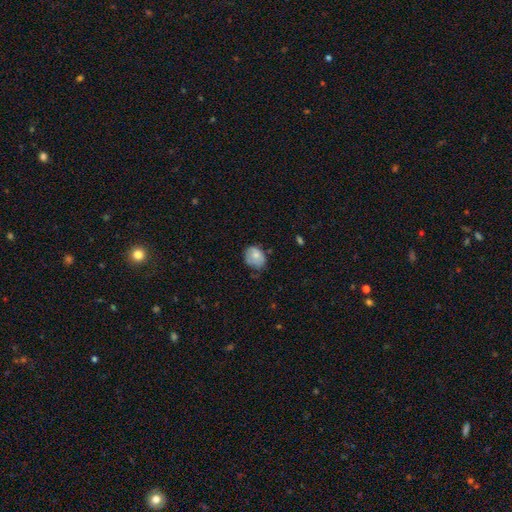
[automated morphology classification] Smooth or featured: smooth — 72% (featured or disk — 21%)
How rounded: in between — 53% (round — 46%)
Merging: none — 52% (minor disturbance — 37%)